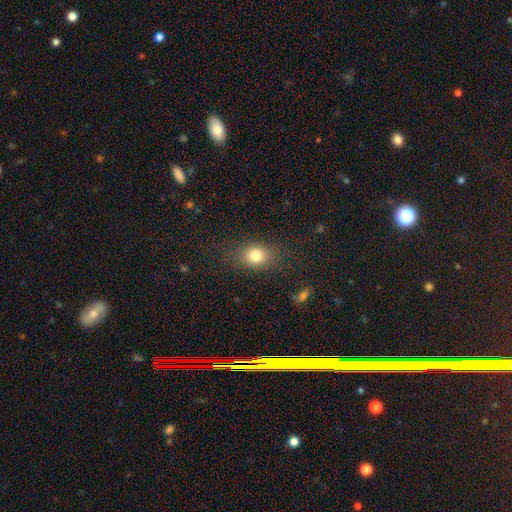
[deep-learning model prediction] This is likely a smooth galaxy (79%). How rounded: possibly in between (51%). Merging: likely none (80%).